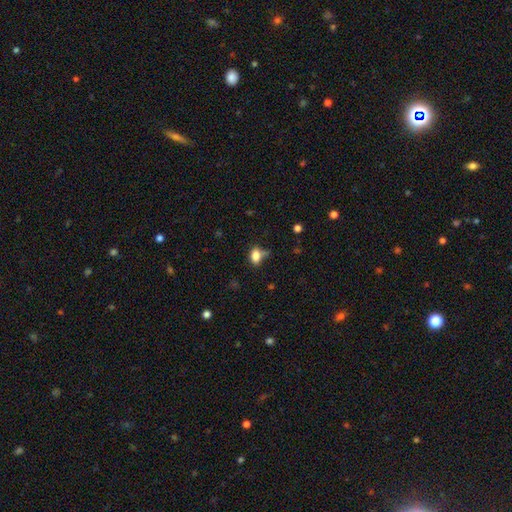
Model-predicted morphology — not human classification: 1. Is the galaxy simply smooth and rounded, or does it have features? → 81% smooth, 11% star or artifact, 9% featured or disk.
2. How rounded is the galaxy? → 75% in between, 22% round, 2% cigar-shaped.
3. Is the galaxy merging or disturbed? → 55% none, 27% minor disturbance, 9% major disturbance, 9% merger.